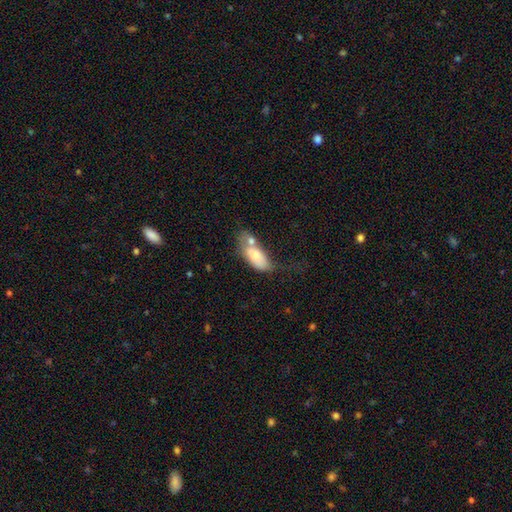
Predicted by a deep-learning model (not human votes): Overall: smooth (70%). How rounded: in between (87%). Merging: merger (40%; none 25%).